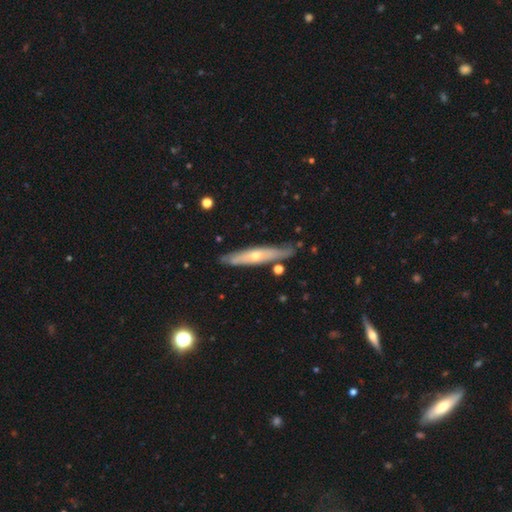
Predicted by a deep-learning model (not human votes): This appears to be a featured or disk galaxy (62%) viewed edge-on (77%). Merging: none (81%).